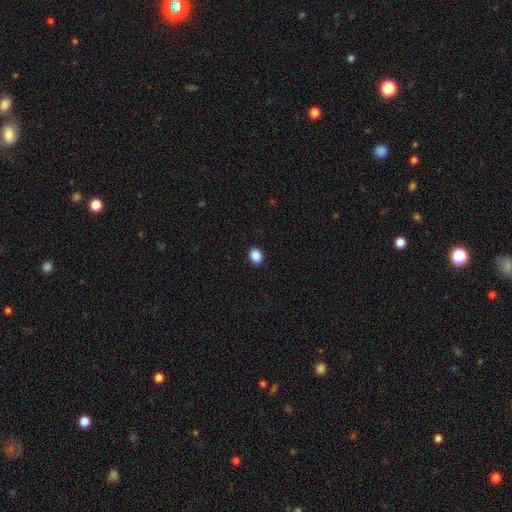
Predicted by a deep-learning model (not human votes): Smooth or featured? smooth (89%)
How rounded? round (52%)
Merging? none (92%)